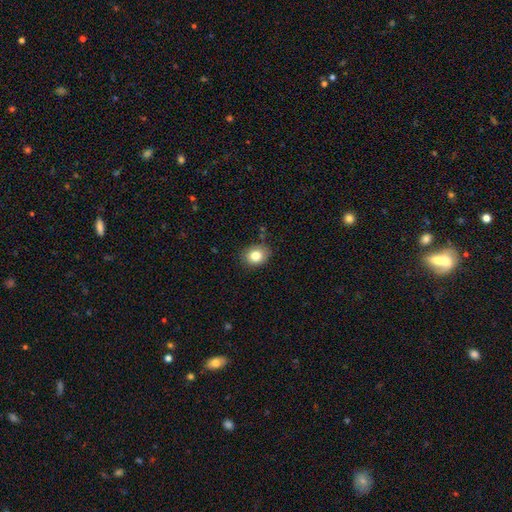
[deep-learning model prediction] Overall: smooth (81%). How rounded: round (56%; in between 43%). Merging: none (83%).